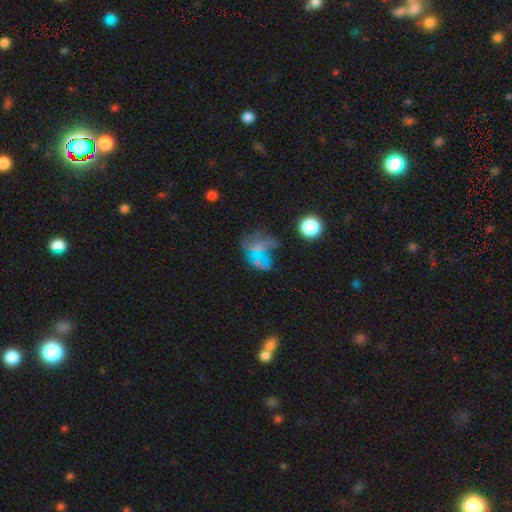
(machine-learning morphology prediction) featured or disk 45%, smooth 30%, star or artifact 25%. Down the decision tree: merging — none (38%).